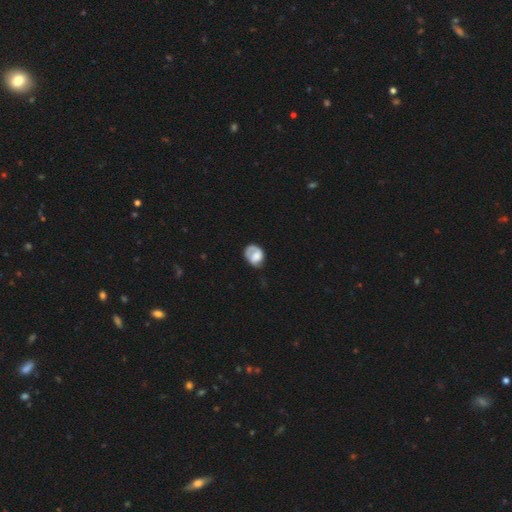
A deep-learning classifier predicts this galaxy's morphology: This appears to be a smooth galaxy with no disk features (53%) that is round (53%). Merging: none (45%).